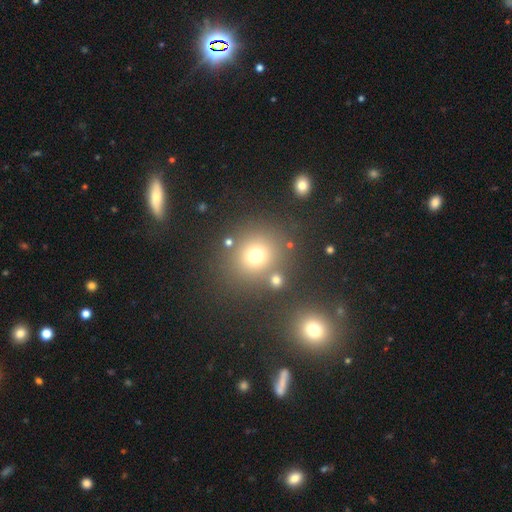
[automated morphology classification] smooth 70%, star or artifact 20%, featured or disk 10%. Down the decision tree: how rounded — round (84%); merging — none (76%).